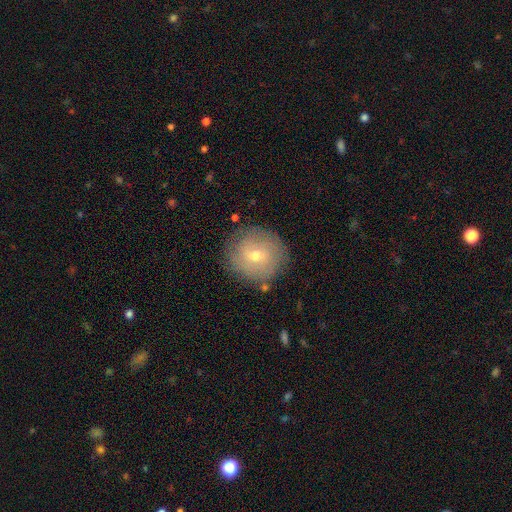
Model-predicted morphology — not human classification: Smooth or featured? smooth (47%)
Merging? none (84%)